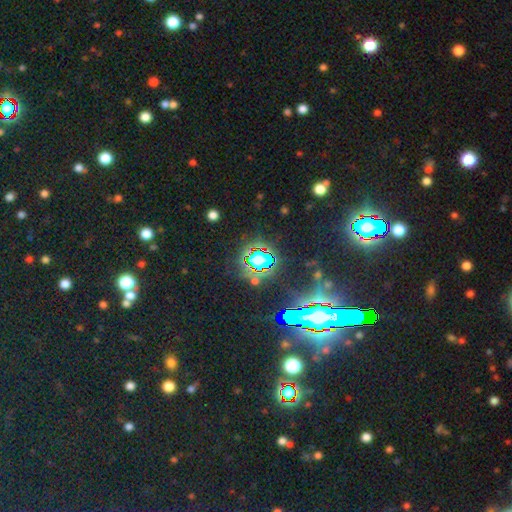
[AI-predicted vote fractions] This is likely a star or artifact rather than a galaxy (76%).